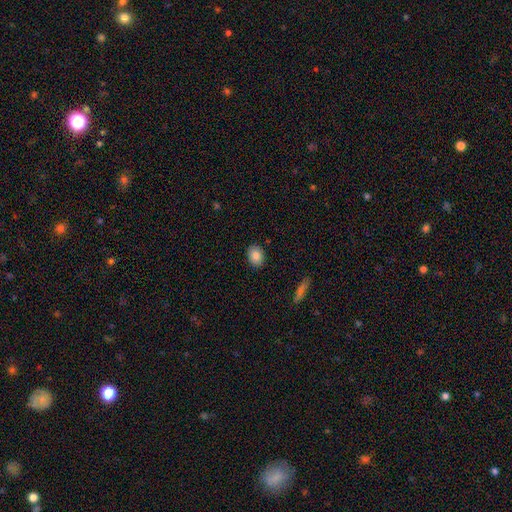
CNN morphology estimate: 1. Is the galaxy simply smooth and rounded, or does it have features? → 85% smooth, 8% star or artifact, 7% featured or disk.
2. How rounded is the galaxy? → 63% in between, 36% round, 1% cigar-shaped.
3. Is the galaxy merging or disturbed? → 89% none, 8% minor disturbance, 2% major disturbance, 1% merger.